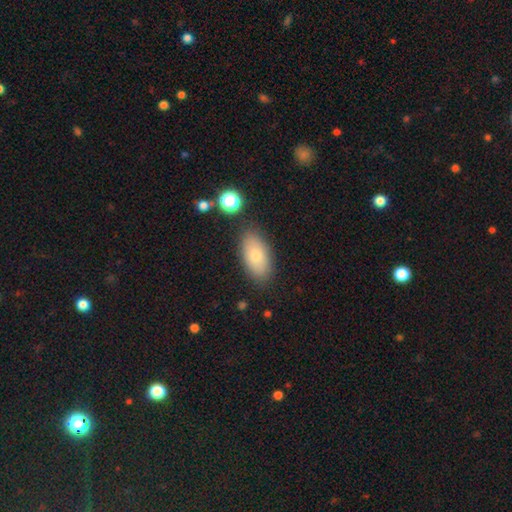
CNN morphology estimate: This appears to be a smooth galaxy with no disk features (78%) that is in between round and cigar-shaped (92%). Merging: none (82%).